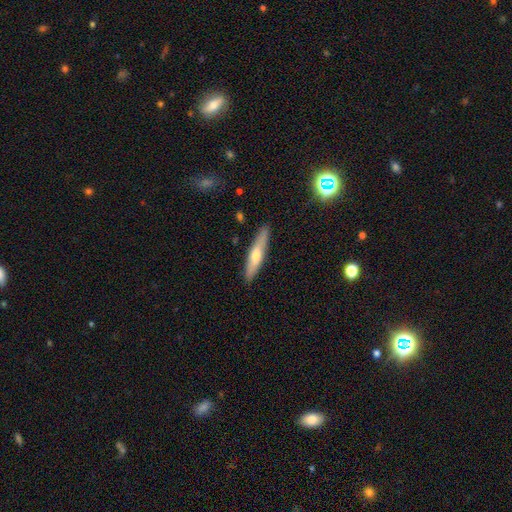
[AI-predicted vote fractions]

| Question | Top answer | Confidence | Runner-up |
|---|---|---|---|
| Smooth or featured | smooth | 53% | featured or disk (41%) |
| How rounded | cigar-shaped | 85% | in between (14%) |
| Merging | none | 88% | minor disturbance (9%) |